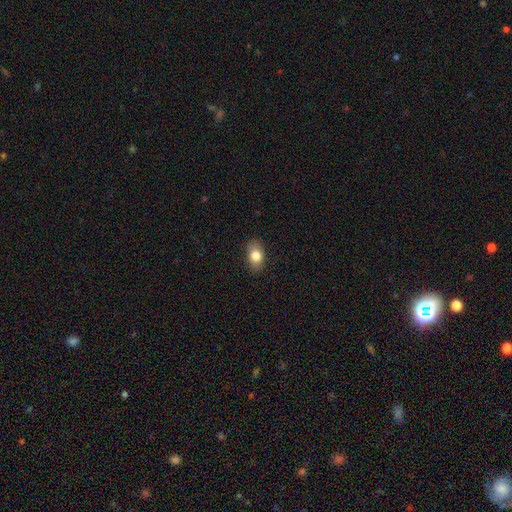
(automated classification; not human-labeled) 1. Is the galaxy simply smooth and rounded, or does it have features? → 81% smooth, 11% featured or disk, 8% star or artifact.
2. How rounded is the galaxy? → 82% in between, 16% round, 2% cigar-shaped.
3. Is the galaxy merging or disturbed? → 85% none, 12% minor disturbance, 3% major disturbance, 1% merger.